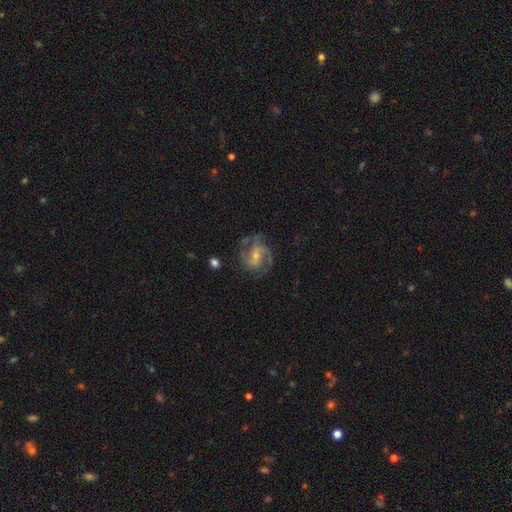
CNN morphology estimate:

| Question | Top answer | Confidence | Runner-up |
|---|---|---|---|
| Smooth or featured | featured or disk | 85% | smooth (9%) |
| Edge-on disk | no | 98% | yes (2%) |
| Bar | weak | 46% | no (40%) |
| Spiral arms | yes | 95% | no (5%) |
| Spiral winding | medium | 55% | tight (26%) |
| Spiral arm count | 2 | 49% | 3 (27%) |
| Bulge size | small | 61% | moderate (32%) |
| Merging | none | 67% | minor disturbance (19%) |